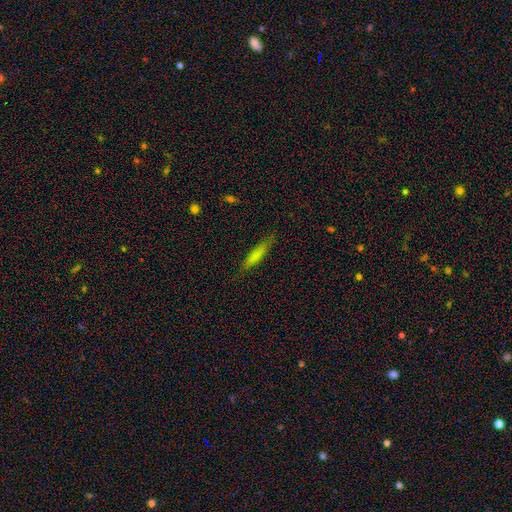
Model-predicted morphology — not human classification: Smooth or featured?
  - smooth: 74% *
  - featured or disk: 18%
  - star or artifact: 8%
How rounded?
  - cigar-shaped: 83% *
  - in between: 15%
  - round: 2%
Merging?
  - none: 79% *
  - minor disturbance: 16%
  - major disturbance: 3%
  - merger: 2%